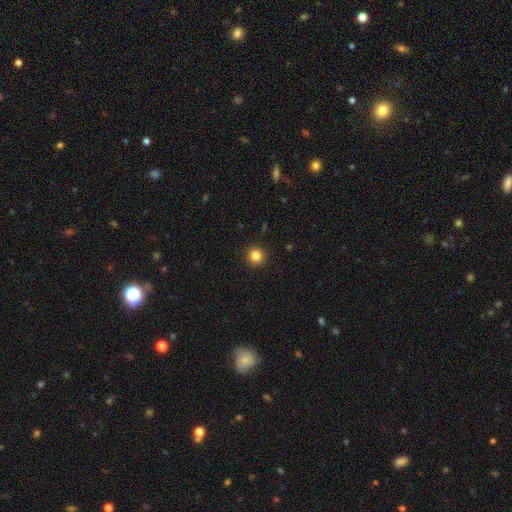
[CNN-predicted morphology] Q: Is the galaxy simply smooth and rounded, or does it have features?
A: smooth — 84%.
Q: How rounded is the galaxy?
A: round — 96%.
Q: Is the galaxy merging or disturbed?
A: none — 93%.